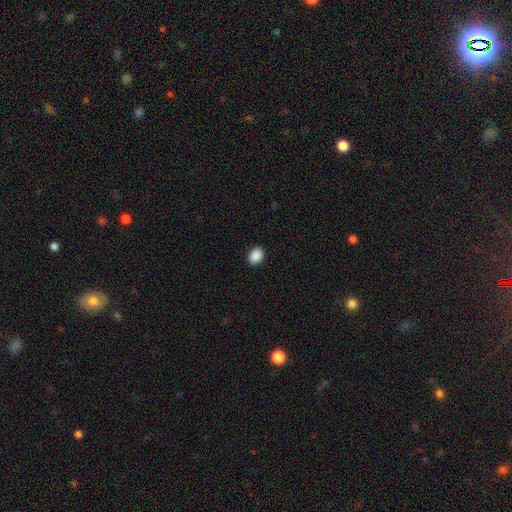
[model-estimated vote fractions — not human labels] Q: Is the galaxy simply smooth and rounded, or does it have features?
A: smooth — 90%.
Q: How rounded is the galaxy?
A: in between — 63%.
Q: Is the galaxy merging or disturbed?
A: none — 90%.